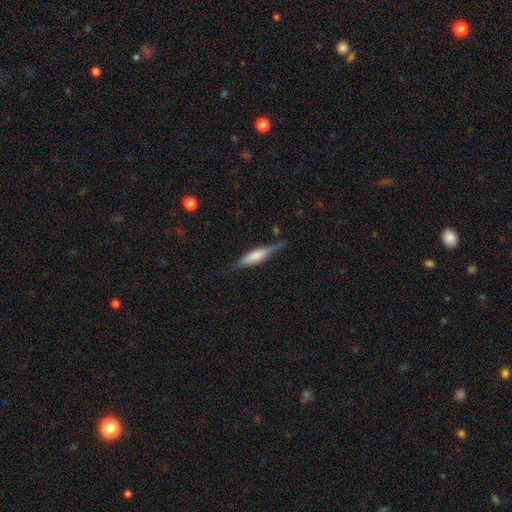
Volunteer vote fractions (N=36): Smooth or featured: featured or disk — 56% (smooth — 42%)
Edge-on disk: yes — 95% (no — 5%)
Edge-on bulge: boxy — 58% (rounded — 37%)
Merging: none — 63% (minor disturbance — 31%)